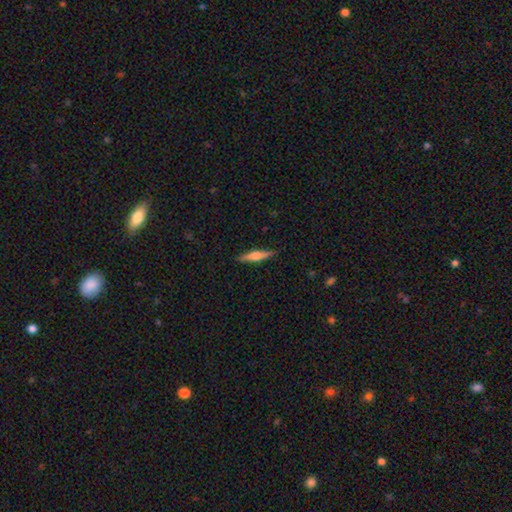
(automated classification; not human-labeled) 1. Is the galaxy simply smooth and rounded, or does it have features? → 48% featured or disk, 46% smooth, 6% star or artifact.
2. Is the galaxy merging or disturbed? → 89% none, 8% minor disturbance, 2% major disturbance, 1% merger.